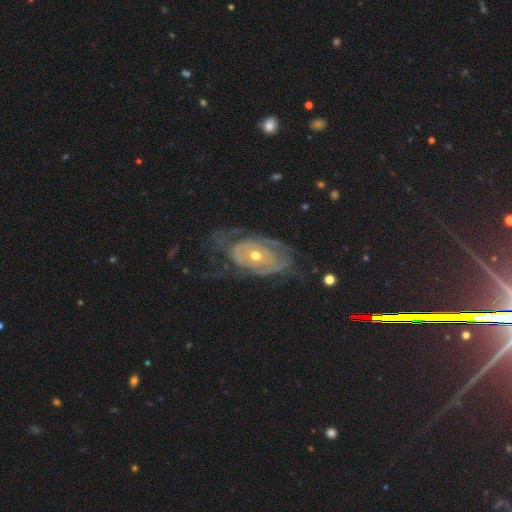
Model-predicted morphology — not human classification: smooth_or_featured: featured or disk (p=0.81) [alt: smooth p=0.14]
disk_edge_on: no (p=0.94) [alt: yes p=0.06]
bar: no (p=0.79) [alt: weak p=0.16]
has_spiral_arms: yes (p=0.75) [alt: no p=0.25]
spiral_winding: tight (p=0.63) [alt: medium p=0.25]
spiral_arm_count: can't tell (p=0.49) [alt: 2 p=0.27]
bulge_size: moderate (p=0.57) [alt: small p=0.38]
merging: none (p=0.49) [alt: major disturbance p=0.26]